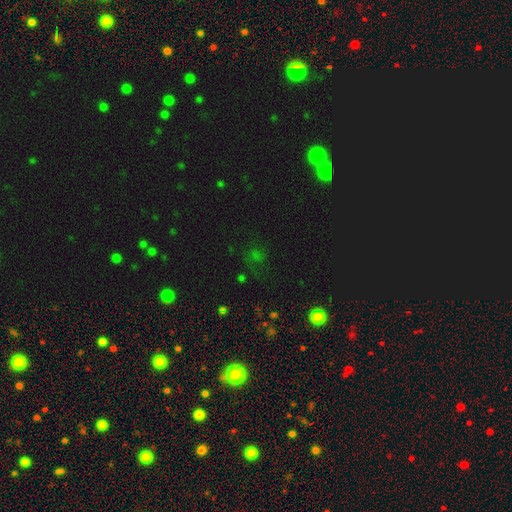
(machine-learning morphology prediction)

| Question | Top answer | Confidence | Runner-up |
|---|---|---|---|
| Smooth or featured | star or artifact | 58% | smooth (32%) |